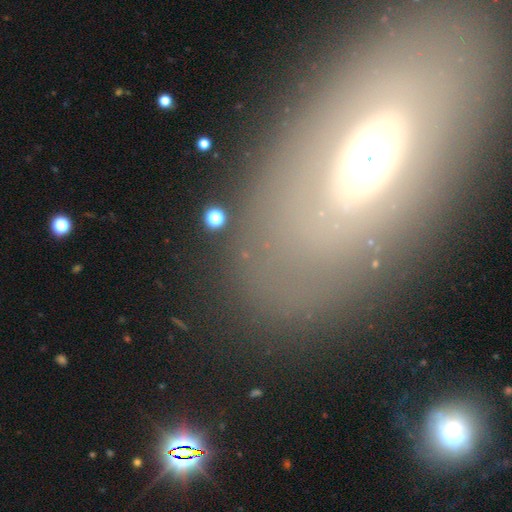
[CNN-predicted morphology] Overall: featured or disk (50%; smooth 36%). Merging: none (80%).